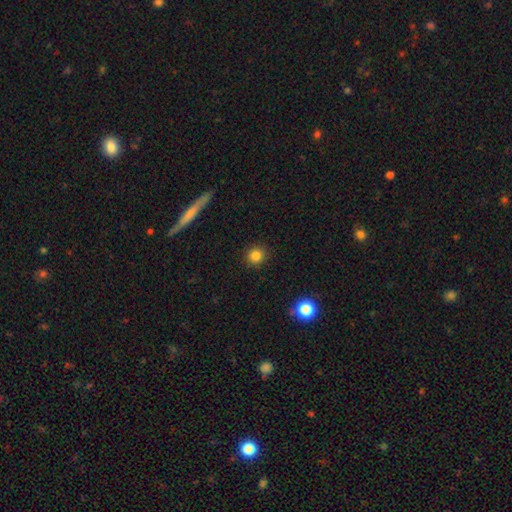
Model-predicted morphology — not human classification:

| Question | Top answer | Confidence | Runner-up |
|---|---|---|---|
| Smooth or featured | smooth | 83% | star or artifact (12%) |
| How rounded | round | 92% | in between (7%) |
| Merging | none | 91% | minor disturbance (6%) |